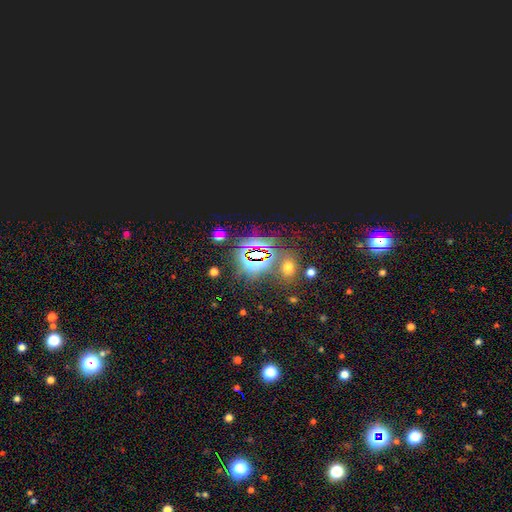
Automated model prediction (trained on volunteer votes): Smooth or featured? Predicted: star or artifact (p=0.80).